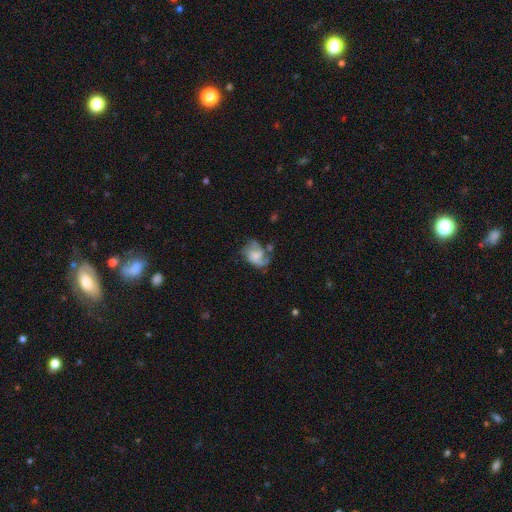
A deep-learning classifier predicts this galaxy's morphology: Q: Smooth or featured?
A: featured or disk (56%); runner-up: smooth (35%)
Q: Edge-on disk?
A: no (98%); runner-up: yes (2%)
Q: Bar?
A: no (70%); runner-up: weak (25%)
Q: Spiral arms?
A: yes (72%); runner-up: no (28%)
Q: Bulge size?
A: none (39%); runner-up: small (25%)
Q: Merging?
A: none (38%); runner-up: major disturbance (30%)